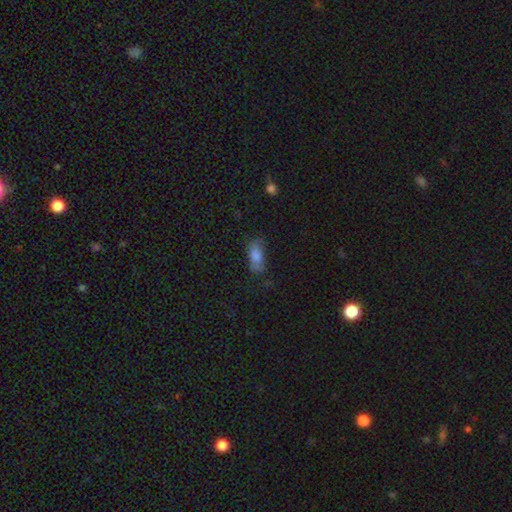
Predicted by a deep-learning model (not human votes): Smooth or featured?
  - smooth: 75% *
  - featured or disk: 14%
  - star or artifact: 11%
How rounded?
  - in between: 80% *
  - cigar-shaped: 15%
  - round: 5%
Merging?
  - none: 60% *
  - minor disturbance: 26%
  - major disturbance: 10%
  - merger: 3%